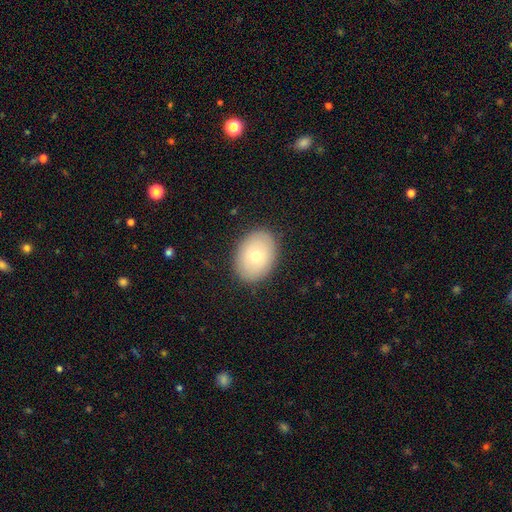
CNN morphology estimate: type=smooth (72%); roundness=in between (74%); merging=none (87%).